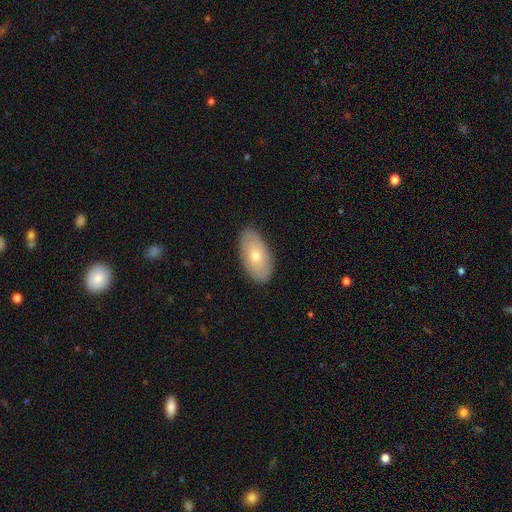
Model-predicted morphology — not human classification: Smooth or featured: smooth — 63% (featured or disk — 31%)
How rounded: in between — 93% (round — 4%)
Merging: none — 84% (minor disturbance — 12%)